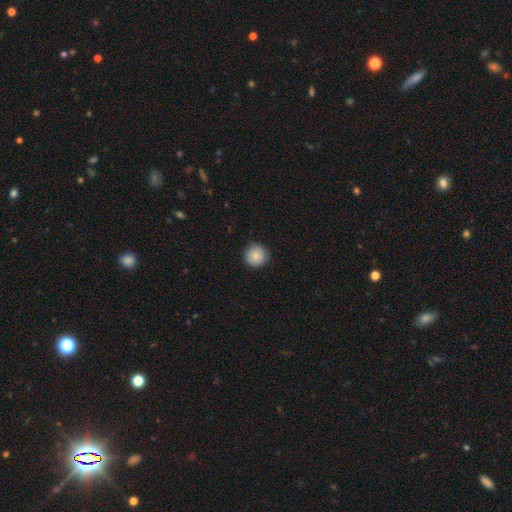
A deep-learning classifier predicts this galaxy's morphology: A smooth galaxy with no disk features (86%) that is round (95%). Merging: none (89%).